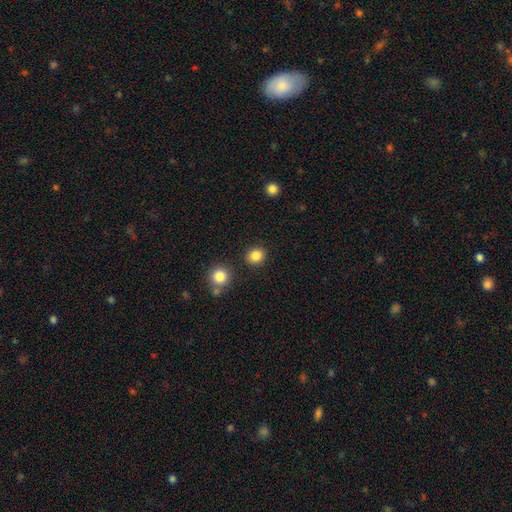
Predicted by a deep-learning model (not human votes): Q: Smooth or featured?
A: smooth (86%); runner-up: star or artifact (10%)
Q: How rounded?
A: round (77%); runner-up: in between (22%)
Q: Merging?
A: none (88%); runner-up: minor disturbance (7%)